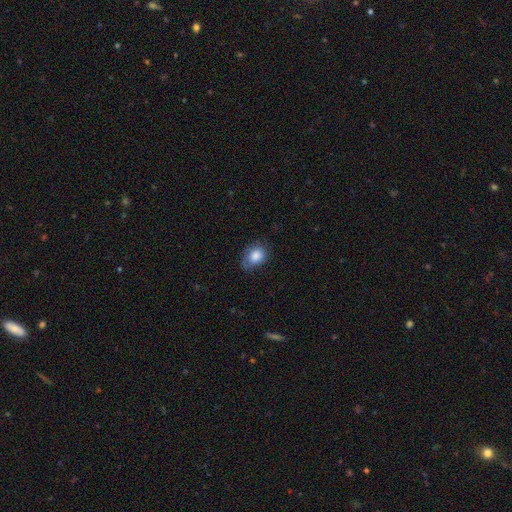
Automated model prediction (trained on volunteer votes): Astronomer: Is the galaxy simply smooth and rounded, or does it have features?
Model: smooth — 82%.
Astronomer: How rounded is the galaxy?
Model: in between — 63%.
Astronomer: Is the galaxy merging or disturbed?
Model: none — 58%.